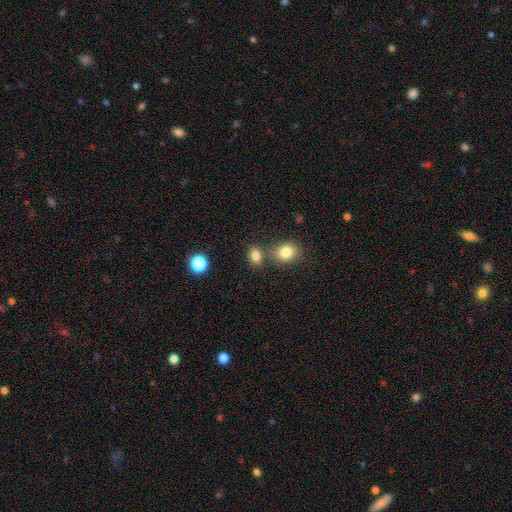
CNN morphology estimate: This appears to be a smooth galaxy with no disk features (81%) that is in between round and cigar-shaped (71%). Merging: none (64%).